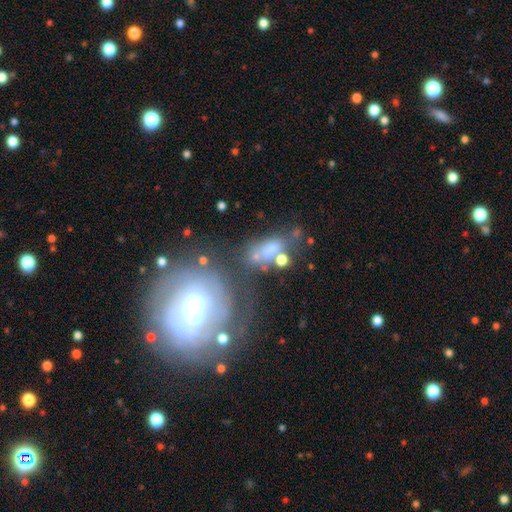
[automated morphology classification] smooth-or-featured: smooth: 58% | featured or disk: 27% | star or artifact: 14%
  how-rounded: in between: 79% | round: 12% | cigar-shaped: 9%
  merging: none: 36% | merger: 25% | minor disturbance: 20% | major disturbance: 18%